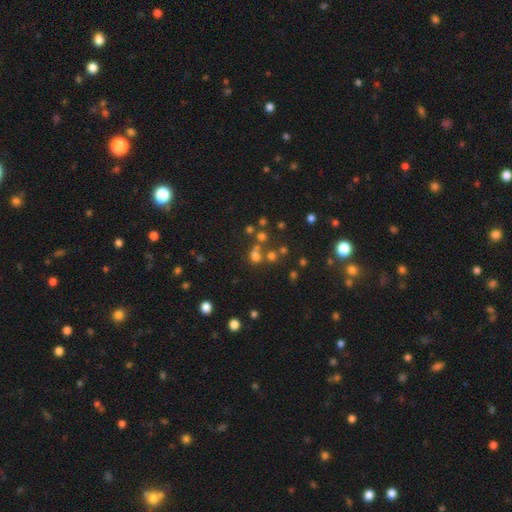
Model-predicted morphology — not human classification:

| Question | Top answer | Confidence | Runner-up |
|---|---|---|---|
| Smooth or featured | smooth | 59% | star or artifact (28%) |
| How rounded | round | 77% | in between (22%) |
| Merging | none | 55% | merger (29%) |